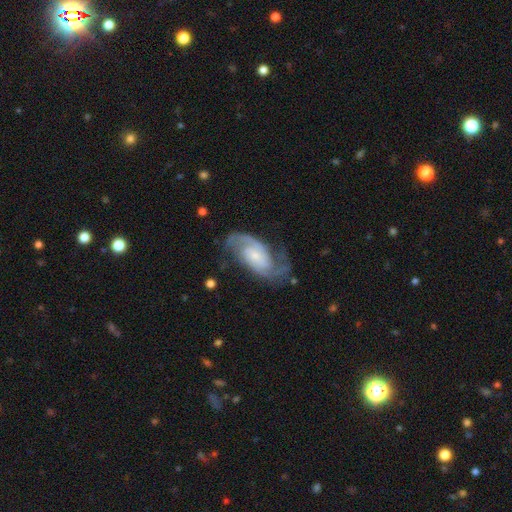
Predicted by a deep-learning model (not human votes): Smooth or featured? featured or disk (89%)
Edge-on disk? no (97%)
Bar? no (55%)
Spiral arms? yes (97%)
Spiral winding? medium (51%)
Spiral arm count? 2 (86%)
Bulge size? small (68%)
Merging? none (71%)